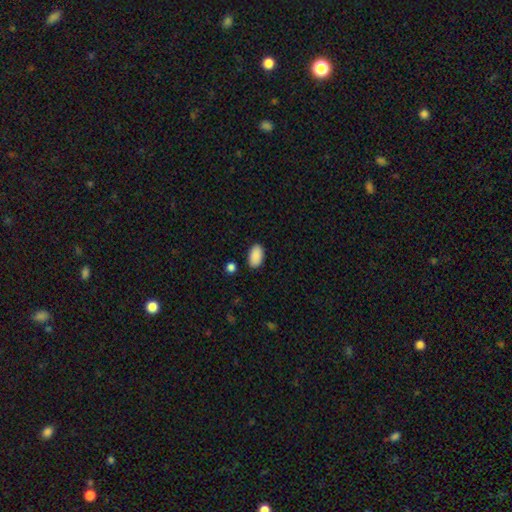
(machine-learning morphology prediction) A smooth galaxy with no disk features (90%) that is in between round and cigar-shaped (94%). Merging: none (86%).